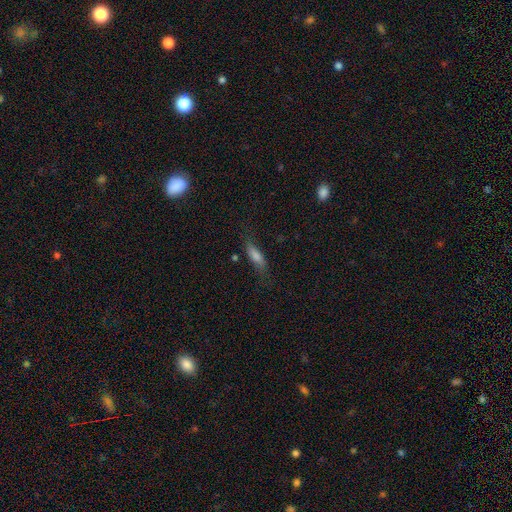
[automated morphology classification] smooth 69%, featured or disk 22%, star or artifact 9%. Down the decision tree: how rounded — cigar-shaped (51%); merging — none (67%).